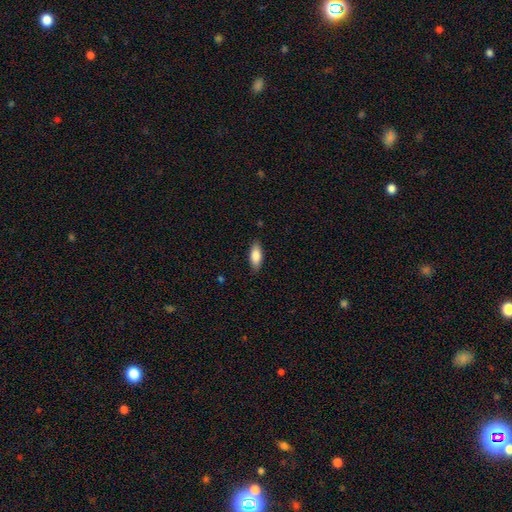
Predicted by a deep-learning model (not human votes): smooth-or-featured: smooth: 84% | featured or disk: 10% | star or artifact: 6%
  how-rounded: in between: 79% | cigar-shaped: 19% | round: 2%
  merging: none: 86% | minor disturbance: 11% | major disturbance: 2% | merger: 1%